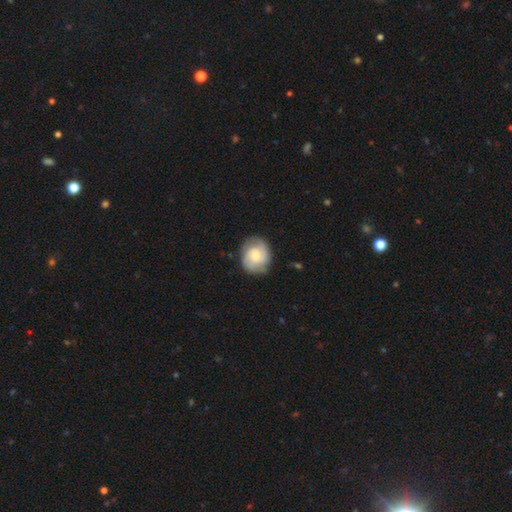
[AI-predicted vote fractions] Smooth or featured? Predicted: featured or disk (p=0.56). Edge-on disk? Predicted: no (p=0.98). Bar? Predicted: no (p=0.66). Spiral arms? Predicted: yes (p=0.90). Bulge size? Predicted: moderate (p=0.47). Merging? Predicted: none (p=0.77).